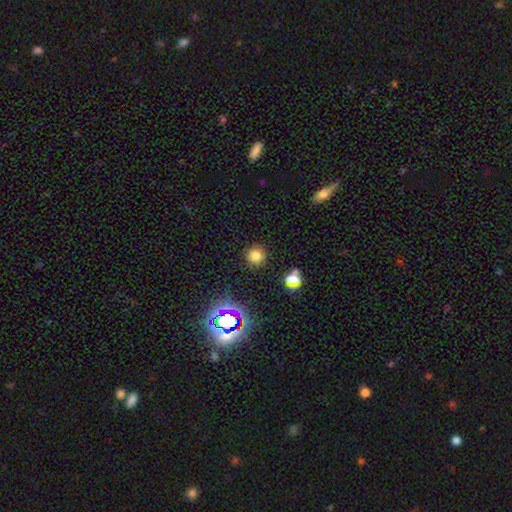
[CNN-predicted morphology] smooth_or_featured: smooth (p=0.74) [alt: star or artifact p=0.20]
how_rounded: round (p=0.93) [alt: in between p=0.06]
merging: none (p=0.89) [alt: minor disturbance p=0.07]